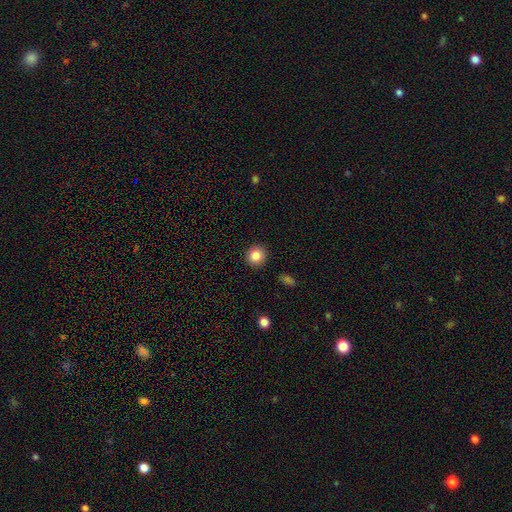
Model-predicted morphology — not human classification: The model was most divided on "smooth or featured": smooth: 85%, star or artifact: 10%, featured or disk: 6%. More confident: merging — none (91%); how rounded — round (90%).